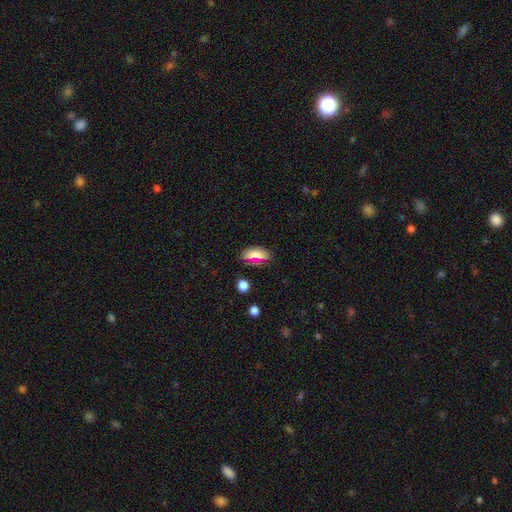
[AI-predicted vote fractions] Smooth or featured: smooth — 73% (star or artifact — 14%)
How rounded: in between — 83% (cigar-shaped — 11%)
Merging: none — 79% (minor disturbance — 15%)